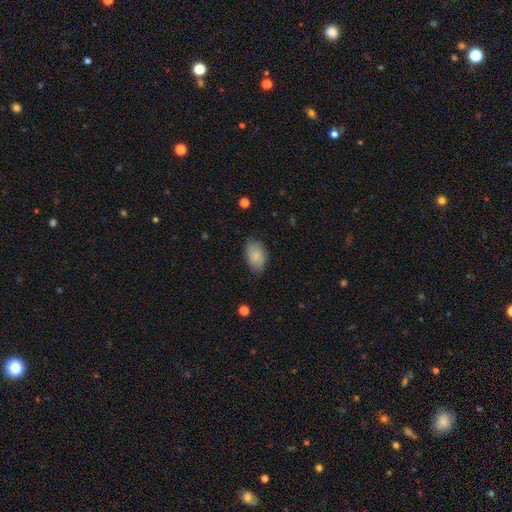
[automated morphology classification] Smooth or featured? Predicted: smooth (p=0.83). How rounded? Predicted: in between (p=0.90). Merging? Predicted: none (p=0.76).